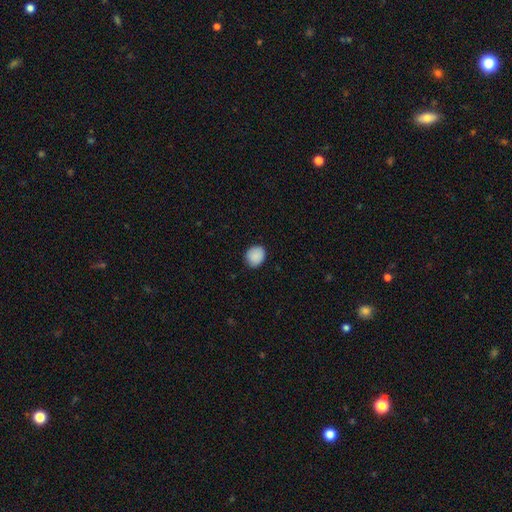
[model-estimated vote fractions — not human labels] Smooth or featured?
  - smooth: 90% *
  - star or artifact: 7%
  - featured or disk: 3%
How rounded?
  - round: 68% *
  - in between: 32%
  - cigar-shaped: 1%
Merging?
  - none: 85% *
  - minor disturbance: 11%
  - major disturbance: 2%
  - merger: 1%